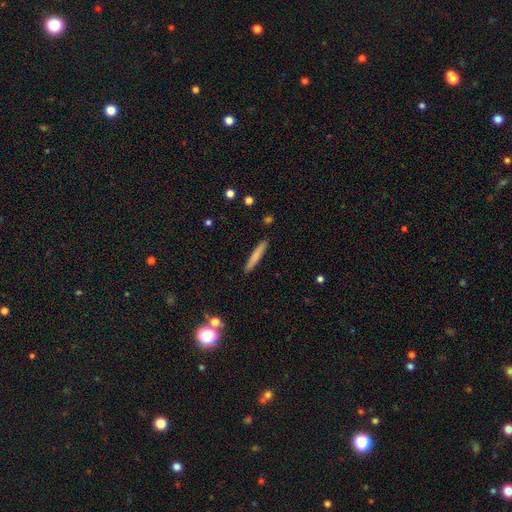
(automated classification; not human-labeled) Smooth or featured? smooth (76%)
How rounded? cigar-shaped (95%)
Merging? none (91%)